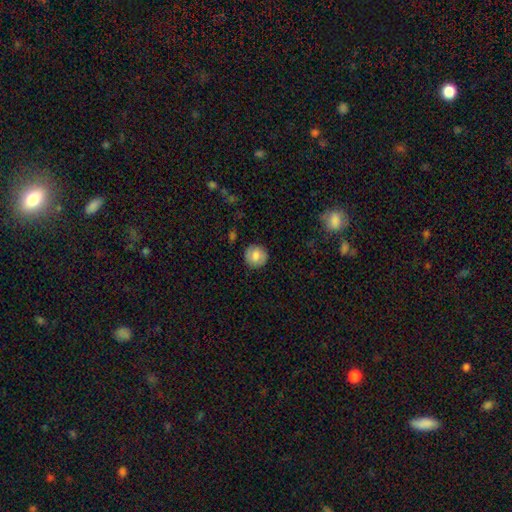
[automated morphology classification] smooth-or-featured: smooth: 77% | featured or disk: 15% | star or artifact: 8%
  how-rounded: round: 91% | in between: 8% | cigar-shaped: 1%
  merging: none: 88% | minor disturbance: 9% | major disturbance: 2% | merger: 1%